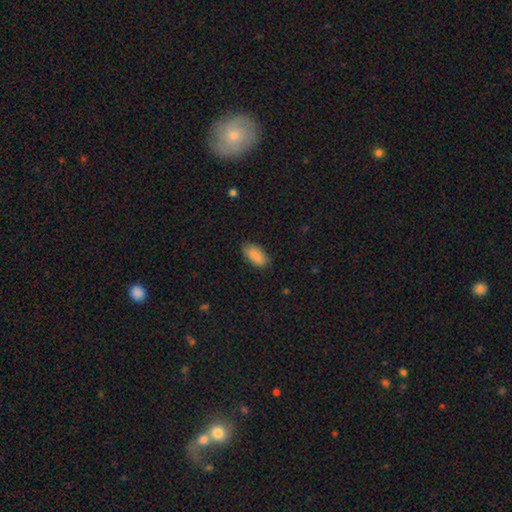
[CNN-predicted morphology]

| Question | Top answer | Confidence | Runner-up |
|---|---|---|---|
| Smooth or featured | smooth | 89% | star or artifact (7%) |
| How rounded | in between | 91% | cigar-shaped (6%) |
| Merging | none | 82% | minor disturbance (14%) |